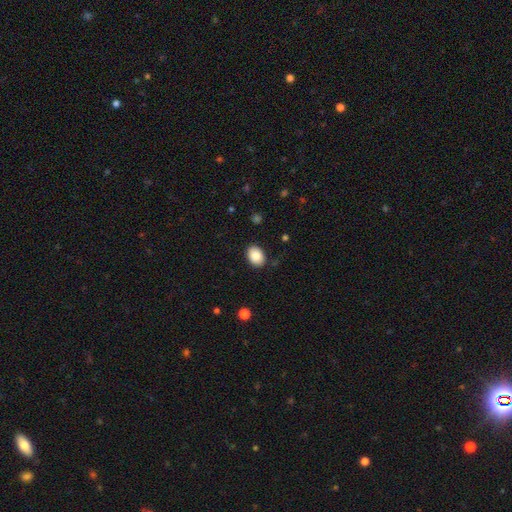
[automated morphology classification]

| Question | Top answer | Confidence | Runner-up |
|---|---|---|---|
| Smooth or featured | smooth | 88% | star or artifact (7%) |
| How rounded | in between | 75% | round (24%) |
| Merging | none | 87% | minor disturbance (10%) |